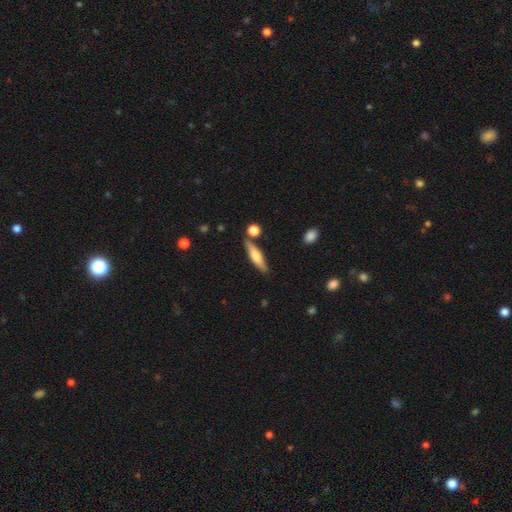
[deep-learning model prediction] Q: Smooth or featured?
A: smooth (53%); runner-up: featured or disk (41%)
Q: How rounded?
A: cigar-shaped (75%); runner-up: in between (23%)
Q: Merging?
A: none (80%); runner-up: minor disturbance (11%)